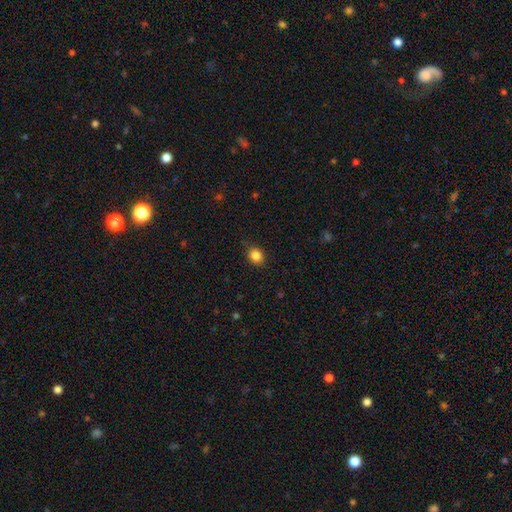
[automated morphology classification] Q: Smooth or featured?
A: smooth (86%); runner-up: star or artifact (10%)
Q: How rounded?
A: round (64%); runner-up: in between (35%)
Q: Merging?
A: none (85%); runner-up: minor disturbance (11%)